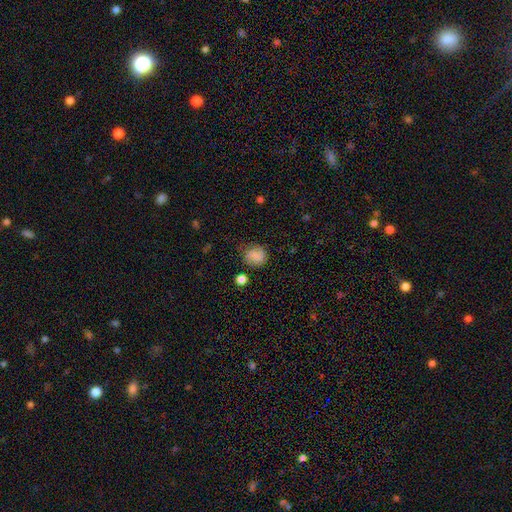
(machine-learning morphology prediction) Smooth or featured: smooth — 74% (featured or disk — 16%)
How rounded: round — 74% (in between — 25%)
Merging: none — 70% (minor disturbance — 21%)